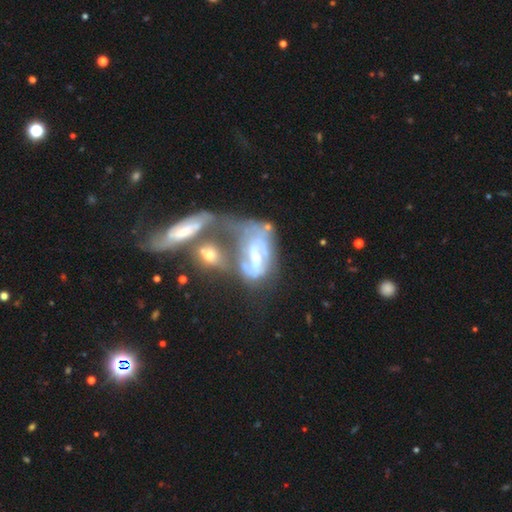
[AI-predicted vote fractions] Q: Smooth or featured?
A: featured or disk (75%); runner-up: smooth (17%)
Q: Edge-on disk?
A: no (90%); runner-up: yes (10%)
Q: Bar?
A: no (43%); runner-up: weak (36%)
Q: Spiral arms?
A: yes (69%); runner-up: no (31%)
Q: Bulge size?
A: moderate (48%); runner-up: small (36%)
Q: Merging?
A: merger (62%); runner-up: major disturbance (17%)